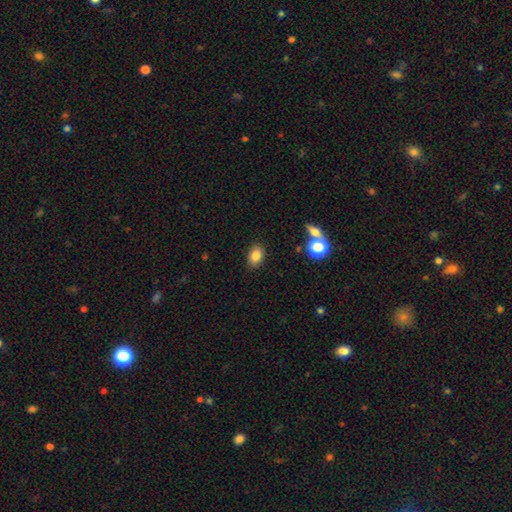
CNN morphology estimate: Smooth or featured?
  - smooth: 83% *
  - star or artifact: 10%
  - featured or disk: 7%
How rounded?
  - in between: 76% *
  - round: 22%
  - cigar-shaped: 1%
Merging?
  - none: 85% *
  - minor disturbance: 9%
  - merger: 3%
  - major disturbance: 3%